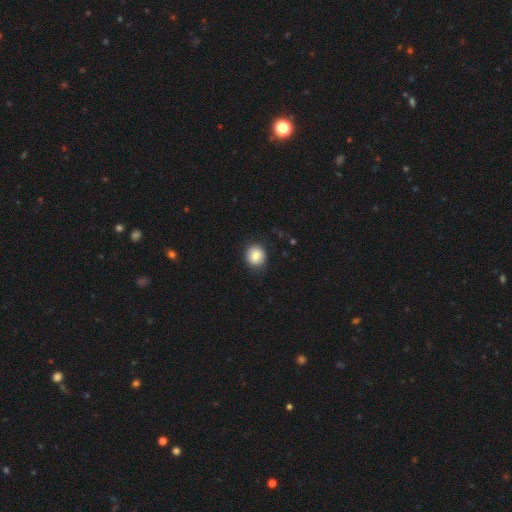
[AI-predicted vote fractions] The model was most divided on "how rounded": round: 83%, in between: 16%, cigar-shaped: 1%. More confident: merging — none (85%); smooth or featured — smooth (81%).